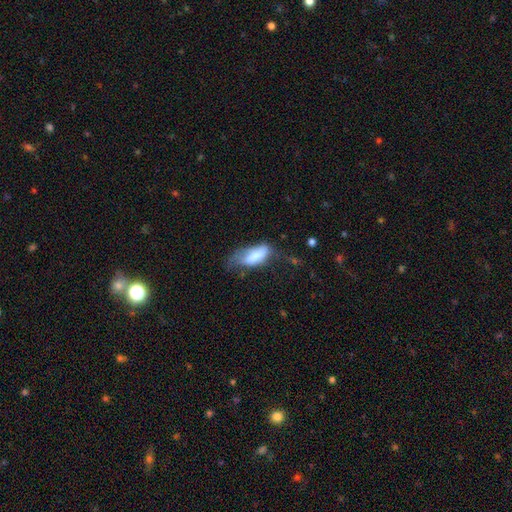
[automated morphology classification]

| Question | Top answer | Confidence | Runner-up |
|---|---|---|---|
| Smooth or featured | smooth | 70% | featured or disk (23%) |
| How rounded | in between | 77% | cigar-shaped (21%) |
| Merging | minor disturbance | 35% | major disturbance (34%) |